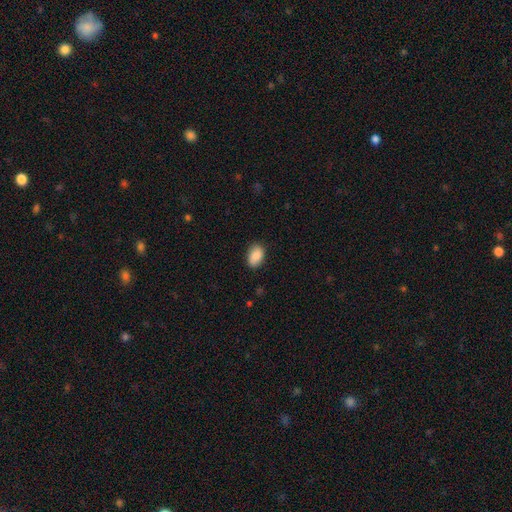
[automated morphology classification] A smooth galaxy with no disk features (88%) that is in between round and cigar-shaped (88%). Merging: none (82%).